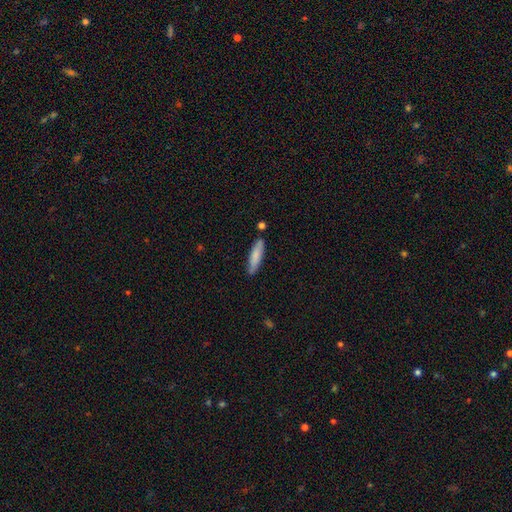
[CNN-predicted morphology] Q: Smooth or featured?
A: smooth (80%); runner-up: featured or disk (14%)
Q: How rounded?
A: cigar-shaped (76%); runner-up: in between (23%)
Q: Merging?
A: none (82%); runner-up: minor disturbance (12%)